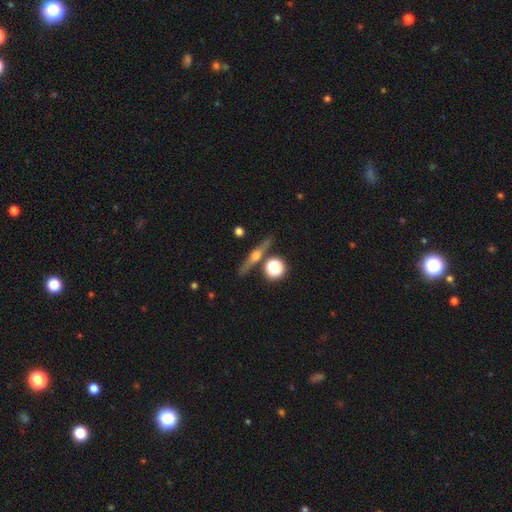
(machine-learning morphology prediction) smooth-or-featured: featured or disk: 74% | smooth: 17% | star or artifact: 8%
  disk-edge-on: yes: 97% | no: 3%
    edge-on-bulge: rounded: 92% | boxy: 6% | none: 3%
  merging: none: 84% | minor disturbance: 9% | merger: 5% | major disturbance: 2%